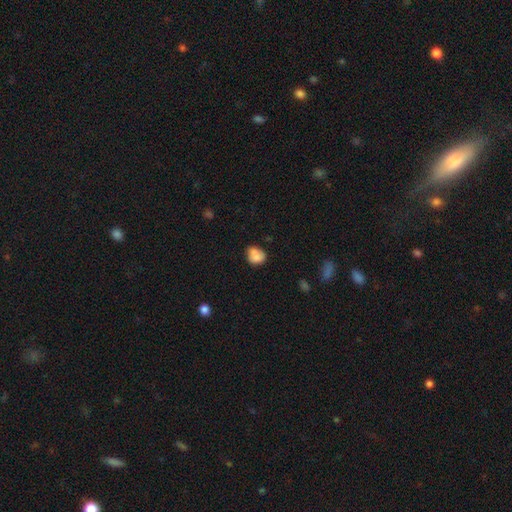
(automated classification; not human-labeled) A smooth galaxy with no disk features (80%) that is round (59%).

Vote fractions:
- Smooth or featured? smooth: 80% / featured or disk: 11% / star or artifact: 9%
- How rounded? round: 59% / in between: 40% / cigar-shaped: 1%
- Merging? none: 51% / minor disturbance: 24% / merger: 19% / major disturbance: 7%